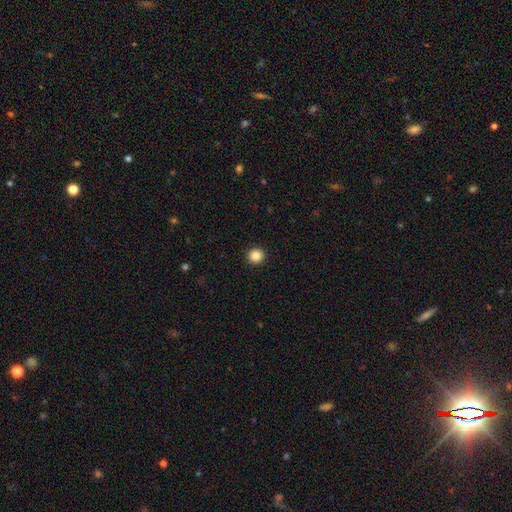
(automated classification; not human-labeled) The model was most divided on "smooth or featured": smooth: 87%, star or artifact: 10%, featured or disk: 3%. More confident: how rounded — round (94%); merging — none (93%).